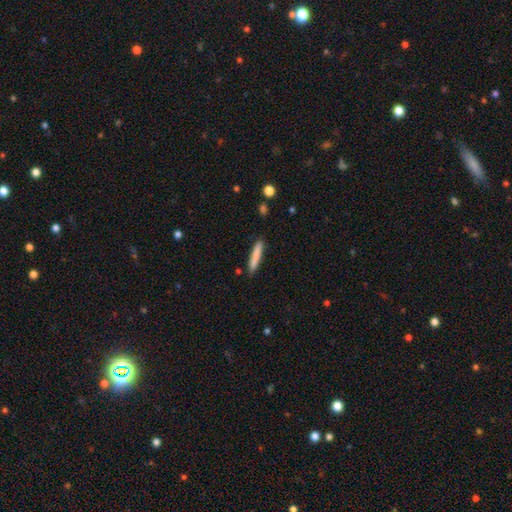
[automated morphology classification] Overall: smooth (81%). How rounded: cigar-shaped (93%). Merging: none (88%).